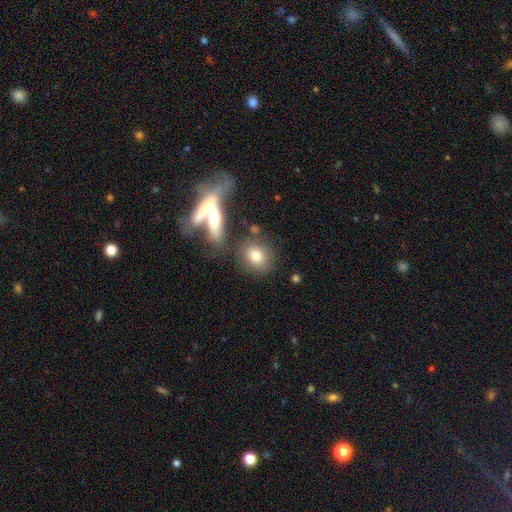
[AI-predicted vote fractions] Smooth or featured? Predicted: smooth (p=0.75). How rounded? Predicted: round (p=0.68). Merging? Predicted: none (p=0.71).